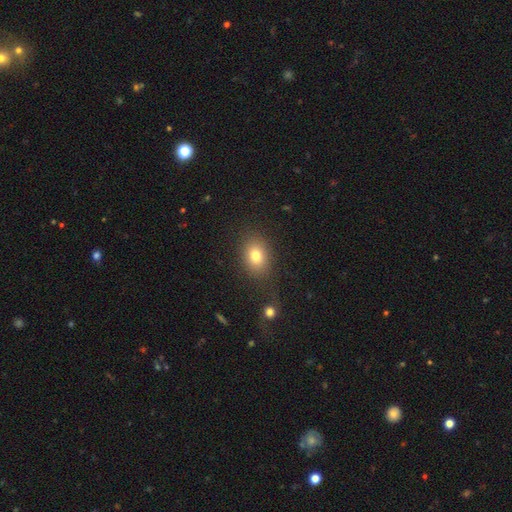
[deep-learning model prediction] Smooth or featured?
  - smooth: 78% *
  - star or artifact: 11%
  - featured or disk: 10%
How rounded?
  - in between: 62% *
  - round: 37%
  - cigar-shaped: 1%
Merging?
  - none: 77% *
  - minor disturbance: 12%
  - major disturbance: 6%
  - merger: 5%